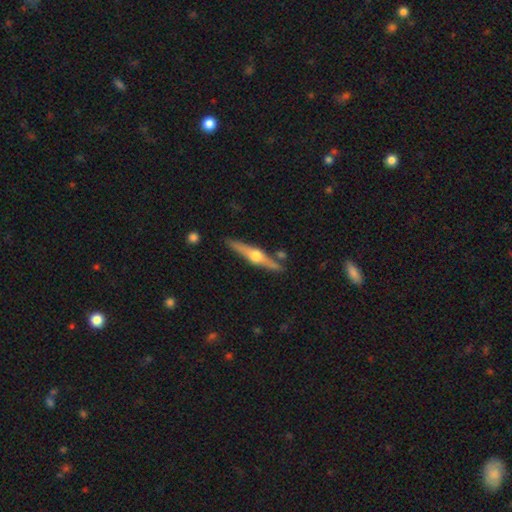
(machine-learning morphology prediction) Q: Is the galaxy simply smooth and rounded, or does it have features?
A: featured or disk — 78%.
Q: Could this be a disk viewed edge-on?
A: yes — 98%.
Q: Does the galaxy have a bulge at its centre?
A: rounded — 96%.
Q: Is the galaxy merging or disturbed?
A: none — 85%.